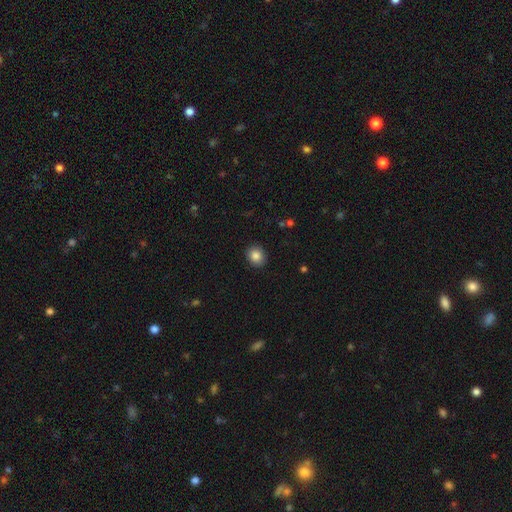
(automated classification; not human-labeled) smooth-or-featured: smooth: 85% | star or artifact: 9% | featured or disk: 6%
  how-rounded: round: 68% | in between: 31% | cigar-shaped: 1%
  merging: none: 91% | minor disturbance: 6% | major disturbance: 2% | merger: 1%